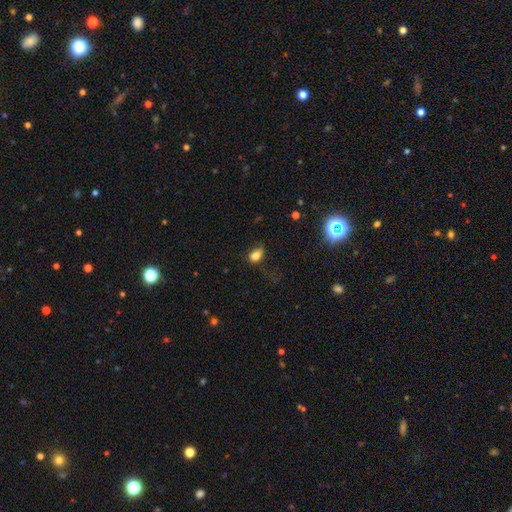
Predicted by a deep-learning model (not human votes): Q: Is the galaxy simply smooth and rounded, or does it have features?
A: smooth — 79%.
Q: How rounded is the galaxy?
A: in between — 78%.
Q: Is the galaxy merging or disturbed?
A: none — 45%.